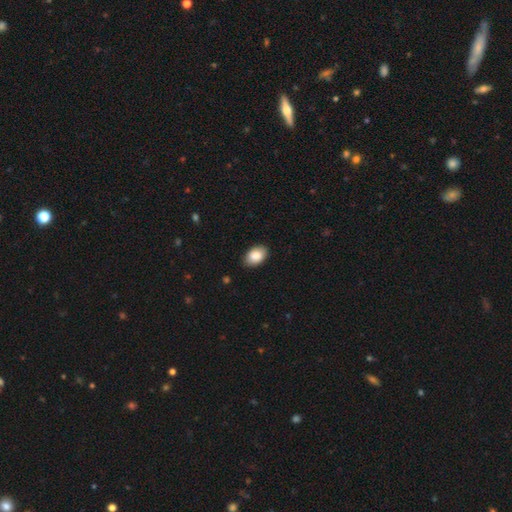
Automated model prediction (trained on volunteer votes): smooth_or_featured: smooth (p=0.88) [alt: star or artifact p=0.06]
how_rounded: in between (p=0.90) [alt: round p=0.09]
merging: none (p=0.85) [alt: minor disturbance p=0.12]